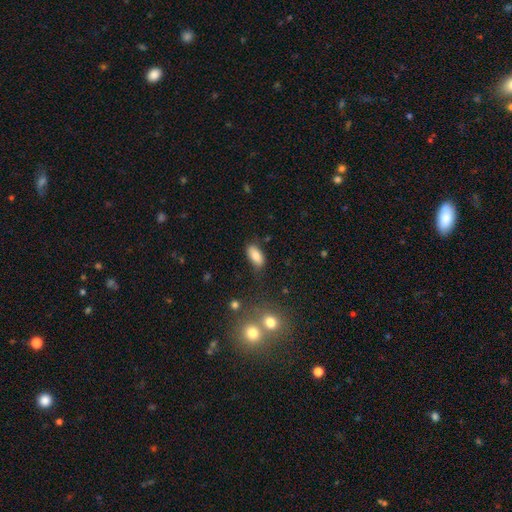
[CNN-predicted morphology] This appears to be a smooth galaxy with no disk features (83%) that is in between round and cigar-shaped (90%). Merging: none (73%).